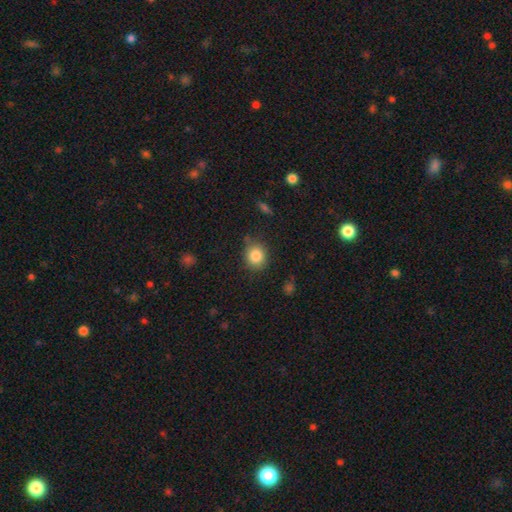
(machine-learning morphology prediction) A smooth galaxy with no disk features (85%) that is round (81%). Merging: none (78%).